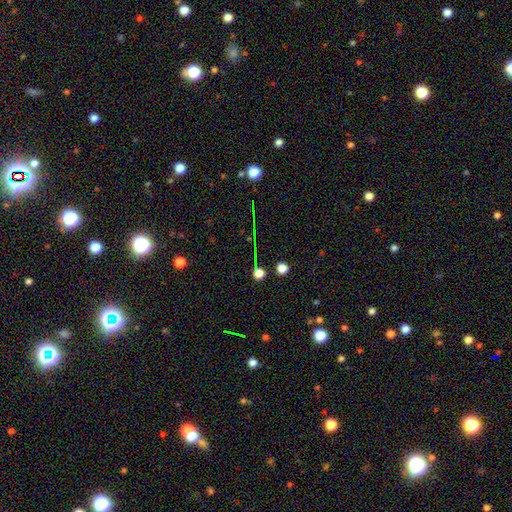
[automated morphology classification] smooth-or-featured: star or artifact: 77% | smooth: 16% | featured or disk: 7%